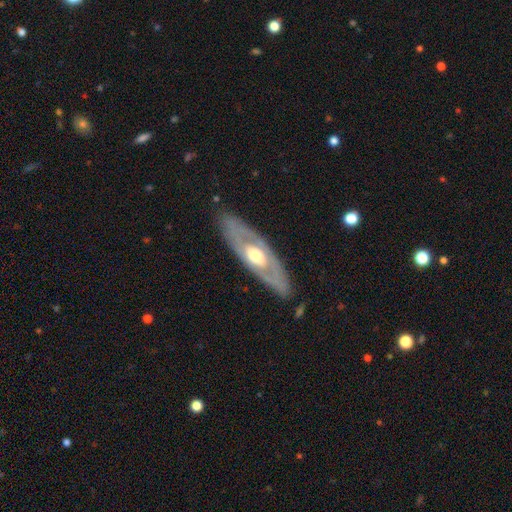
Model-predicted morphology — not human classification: This appears to be a featured or disk galaxy (69%) with no bar (80%), no spiral arms (74%) and a moderate central bulge (70%). Merging: none (84%).